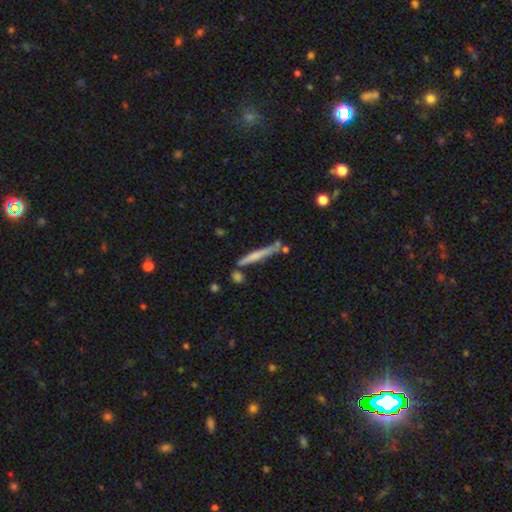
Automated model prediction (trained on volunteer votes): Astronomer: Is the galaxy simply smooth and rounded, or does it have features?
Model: smooth — 56% (runner-up: featured or disk, 38%).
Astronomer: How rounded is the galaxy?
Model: cigar-shaped — 95%.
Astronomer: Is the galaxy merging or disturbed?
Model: none — 71%.